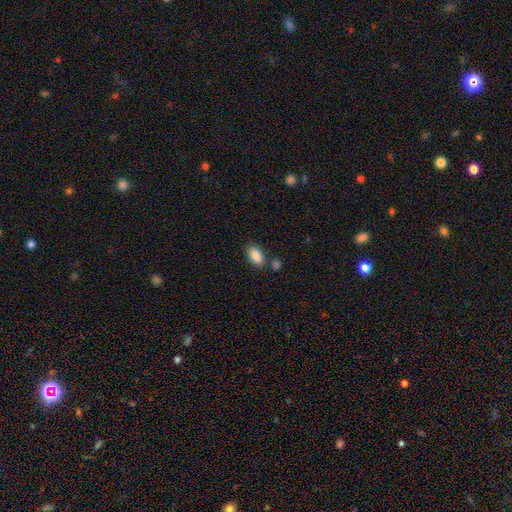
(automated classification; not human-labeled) This is clearly a smooth galaxy (88%). How rounded: clearly in between (92%). Merging: likely none (76%).